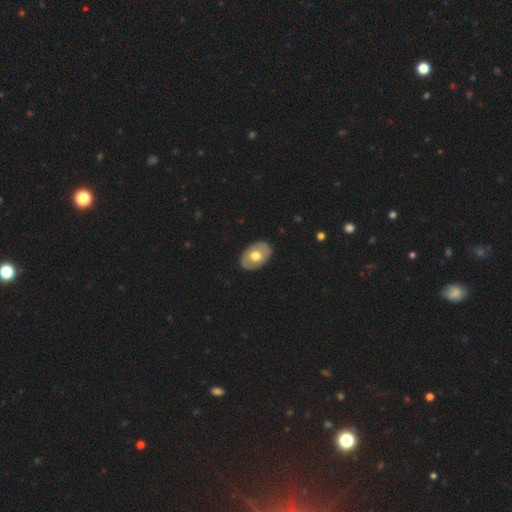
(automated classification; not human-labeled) A smooth galaxy with no disk features (53%) that is in between round and cigar-shaped (84%).

Vote fractions:
- Smooth or featured? smooth: 53% / featured or disk: 42% / star or artifact: 5%
- How rounded? in between: 84% / round: 15% / cigar-shaped: 1%
- Merging? none: 86% / minor disturbance: 10% / major disturbance: 2% / merger: 1%